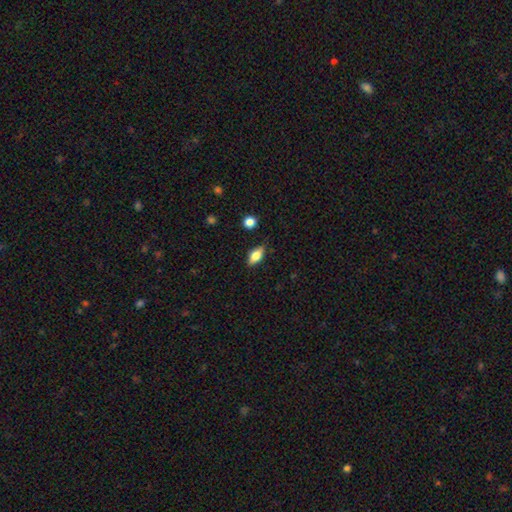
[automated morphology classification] Smooth or featured? smooth (70%)
How rounded? in between (83%)
Merging? none (82%)